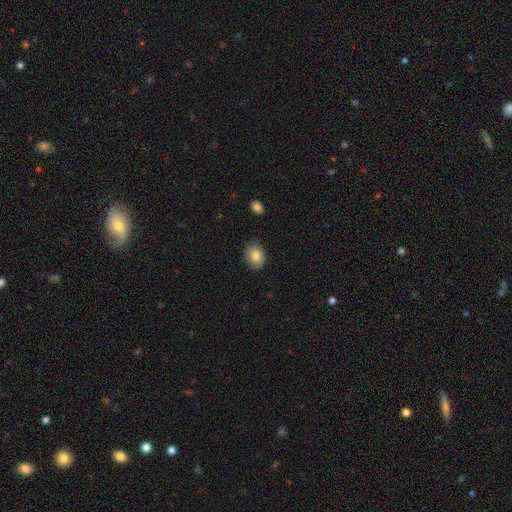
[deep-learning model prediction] A smooth galaxy with no disk features (80%) that is in between round and cigar-shaped (64%).

Vote fractions:
- Smooth or featured? smooth: 80% / featured or disk: 12% / star or artifact: 8%
- How rounded? in between: 64% / round: 35% / cigar-shaped: 1%
- Merging? none: 80% / minor disturbance: 16% / major disturbance: 3% / merger: 1%